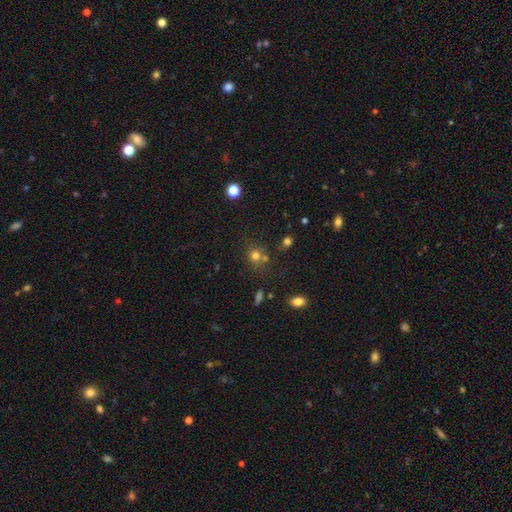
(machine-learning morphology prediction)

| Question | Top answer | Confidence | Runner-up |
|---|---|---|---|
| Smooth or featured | smooth | 71% | star or artifact (19%) |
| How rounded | round | 81% | in between (18%) |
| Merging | none | 62% | merger (22%) |